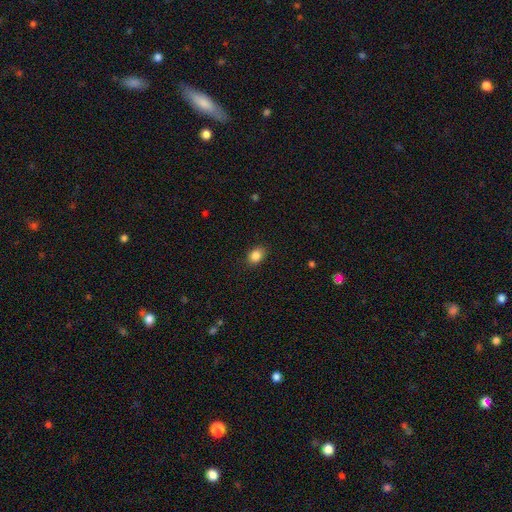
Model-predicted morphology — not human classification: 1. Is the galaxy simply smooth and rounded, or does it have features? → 86% smooth, 10% star or artifact, 5% featured or disk.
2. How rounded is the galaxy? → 66% in between, 33% round, 1% cigar-shaped.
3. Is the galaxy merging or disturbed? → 88% none, 9% minor disturbance, 2% major disturbance, 1% merger.